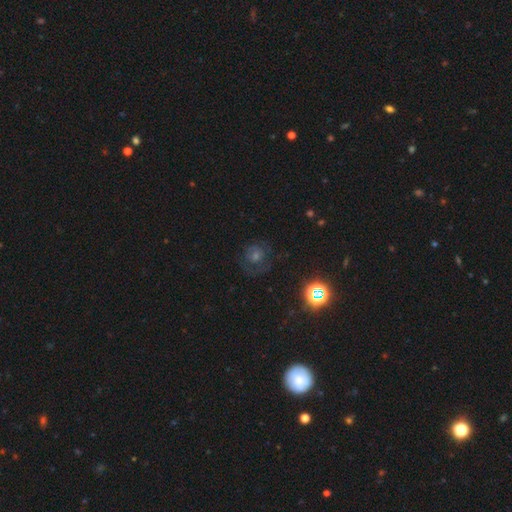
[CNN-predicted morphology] smooth_or_featured: featured or disk (p=0.42) [alt: star or artifact p=0.31]
merging: none (p=0.71) [alt: minor disturbance p=0.16]